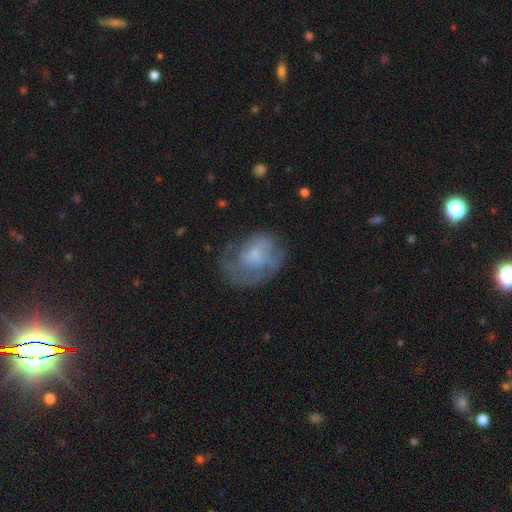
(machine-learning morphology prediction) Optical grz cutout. It shows a featured or disk galaxy (48%). Merging: none (47%).